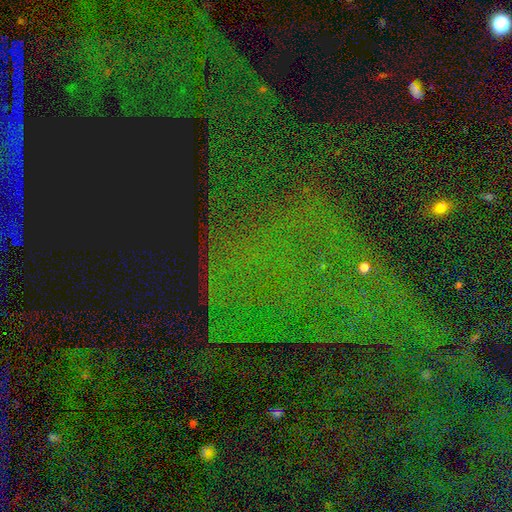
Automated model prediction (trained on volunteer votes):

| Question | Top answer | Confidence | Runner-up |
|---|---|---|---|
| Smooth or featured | star or artifact | 80% | smooth (10%) |